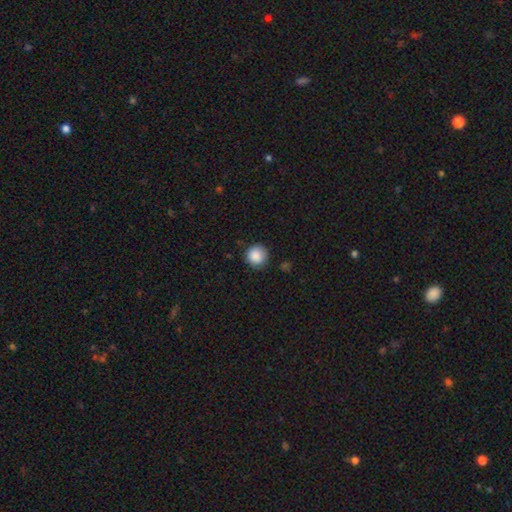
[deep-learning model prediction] smooth_or_featured: smooth (p=0.88) [alt: star or artifact p=0.09]
how_rounded: round (p=0.94) [alt: in between p=0.05]
merging: none (p=0.85) [alt: minor disturbance p=0.11]